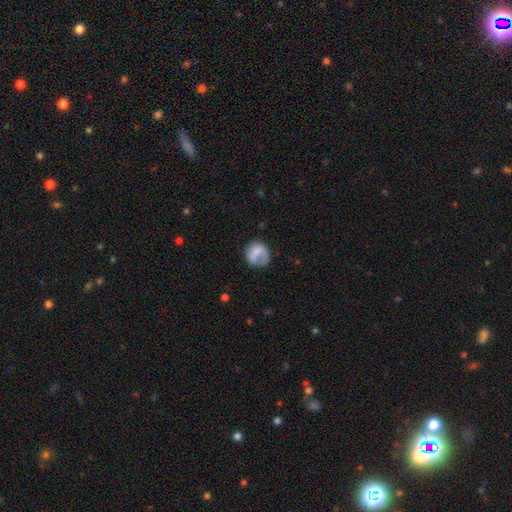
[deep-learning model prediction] smooth_or_featured: smooth (p=0.66) [alt: featured or disk p=0.27]
how_rounded: round (p=0.77) [alt: in between p=0.22]
merging: none (p=0.53) [alt: minor disturbance p=0.25]